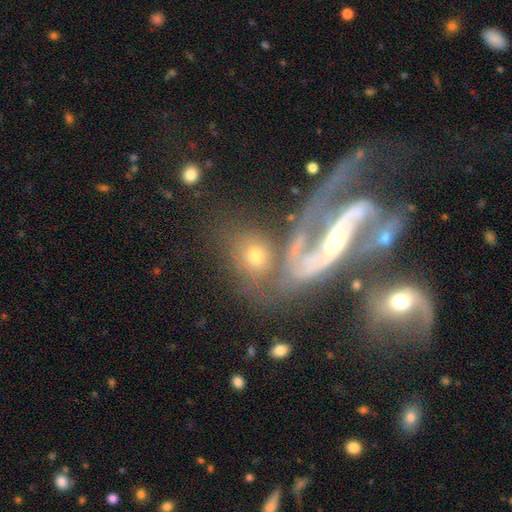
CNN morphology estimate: type=featured or disk (57%); edge-on=no (90%); bar=no (38%); spiral arms=yes (83%); bulge=moderate (44%, tied with small); merging=none (37%, tied with merger).